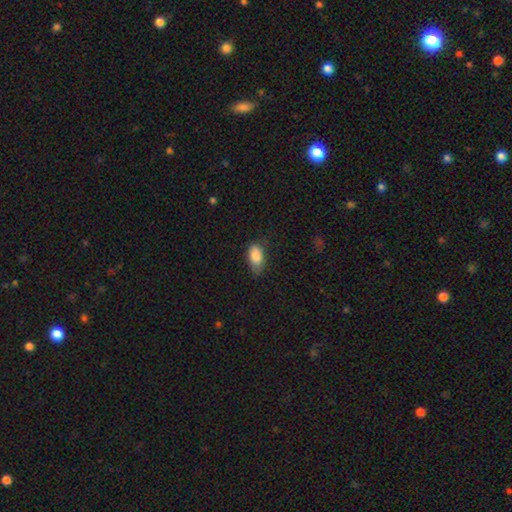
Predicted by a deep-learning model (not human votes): Smooth or featured?
  - smooth: 86% *
  - star or artifact: 7%
  - featured or disk: 6%
How rounded?
  - in between: 92% *
  - round: 4%
  - cigar-shaped: 4%
Merging?
  - none: 61% *
  - minor disturbance: 31%
  - major disturbance: 7%
  - merger: 1%